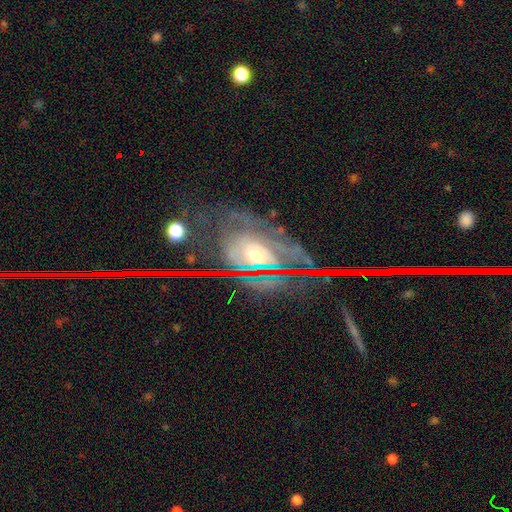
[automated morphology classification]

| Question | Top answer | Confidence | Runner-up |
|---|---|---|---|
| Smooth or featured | featured or disk | 68% | star or artifact (16%) |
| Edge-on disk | no | 85% | yes (15%) |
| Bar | no | 76% | weak (18%) |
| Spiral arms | yes | 71% | no (29%) |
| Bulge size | moderate | 53% | small (36%) |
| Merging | none | 61% | minor disturbance (20%) |